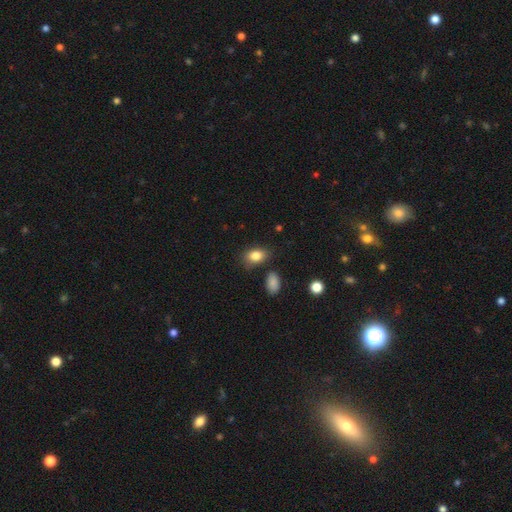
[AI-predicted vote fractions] Smooth or featured?
  - smooth: 84% *
  - star or artifact: 9%
  - featured or disk: 8%
How rounded?
  - in between: 81% *
  - round: 18%
  - cigar-shaped: 2%
Merging?
  - none: 73% *
  - minor disturbance: 18%
  - major disturbance: 5%
  - merger: 4%